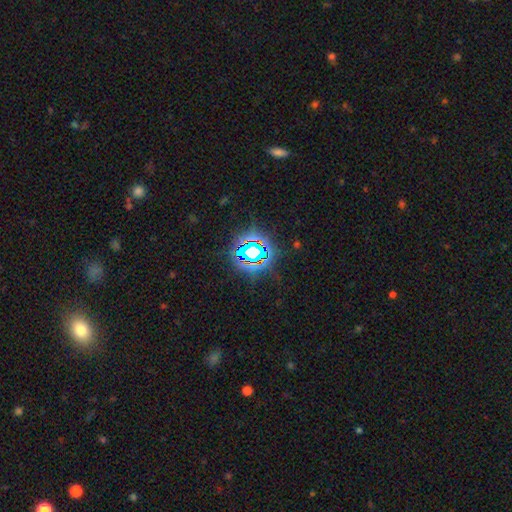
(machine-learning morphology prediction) star or artifact 74%, smooth 15%, featured or disk 11%.